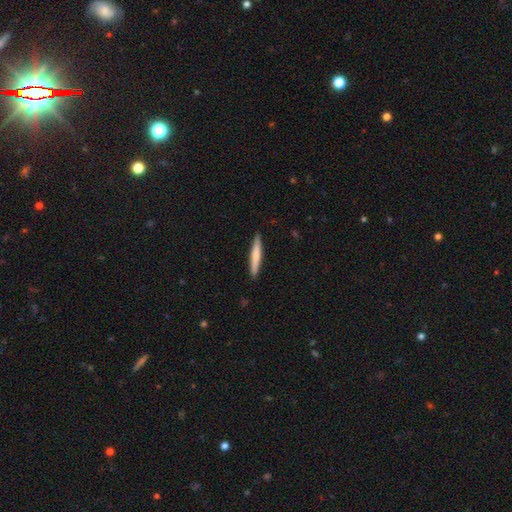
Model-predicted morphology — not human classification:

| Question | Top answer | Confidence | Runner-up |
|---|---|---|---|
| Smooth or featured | smooth | 70% | featured or disk (25%) |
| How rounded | cigar-shaped | 94% | in between (4%) |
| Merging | none | 90% | minor disturbance (7%) |